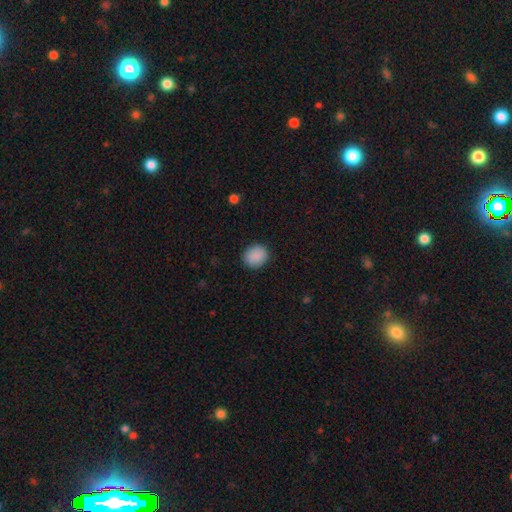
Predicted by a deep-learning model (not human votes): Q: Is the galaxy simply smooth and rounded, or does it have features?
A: smooth — 90%.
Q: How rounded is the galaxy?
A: round — 72%.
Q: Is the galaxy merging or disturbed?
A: none — 89%.